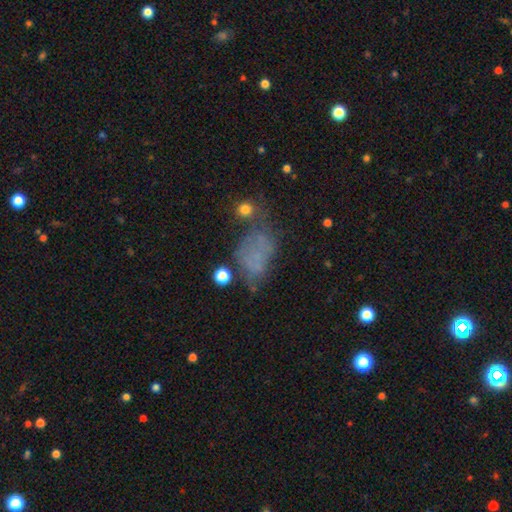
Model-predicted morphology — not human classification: smooth-or-featured: smooth: 47% | featured or disk: 30% | star or artifact: 23%
  merging: none: 35% | major disturbance: 29% | minor disturbance: 24% | merger: 11%